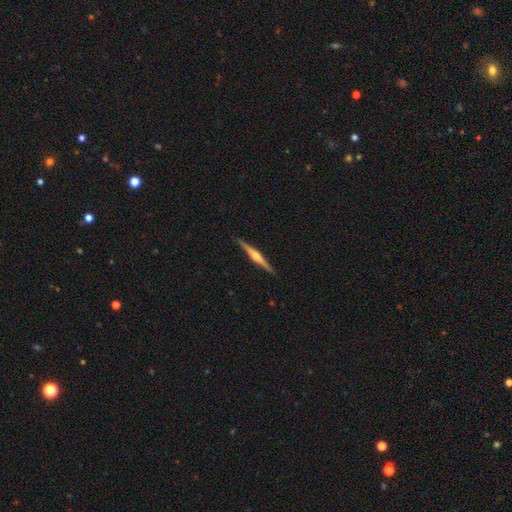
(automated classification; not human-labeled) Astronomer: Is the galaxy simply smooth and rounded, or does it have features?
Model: featured or disk — 79%.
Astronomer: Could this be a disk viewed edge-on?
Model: yes — 99%.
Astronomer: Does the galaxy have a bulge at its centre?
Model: rounded — 89%.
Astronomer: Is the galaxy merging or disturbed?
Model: none — 91%.